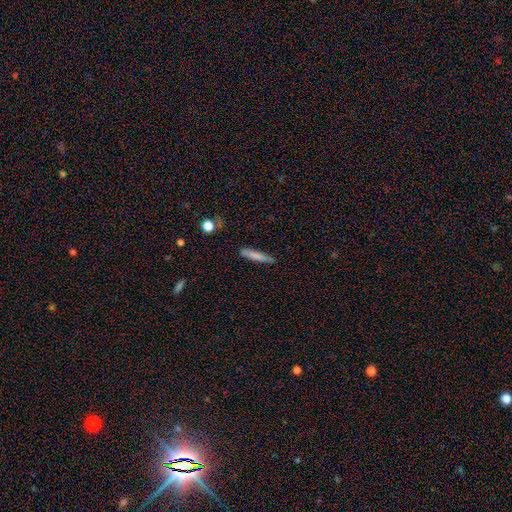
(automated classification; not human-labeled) This appears to be a smooth galaxy with no disk features (77%) that is cigar-shaped (91%). Merging: none (81%).